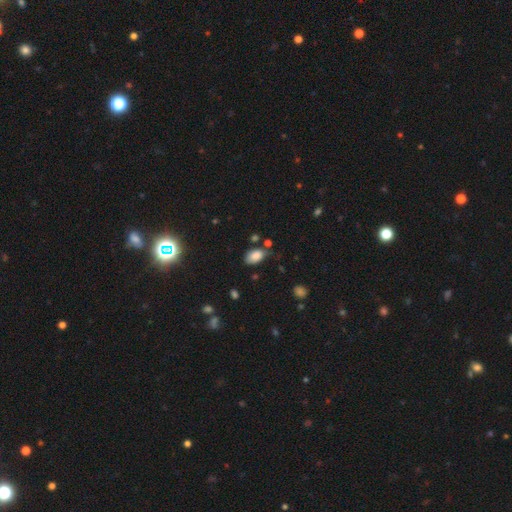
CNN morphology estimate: Smooth or featured: smooth — 85% (star or artifact — 9%)
How rounded: in between — 92% (round — 7%)
Merging: none — 64% (minor disturbance — 24%)